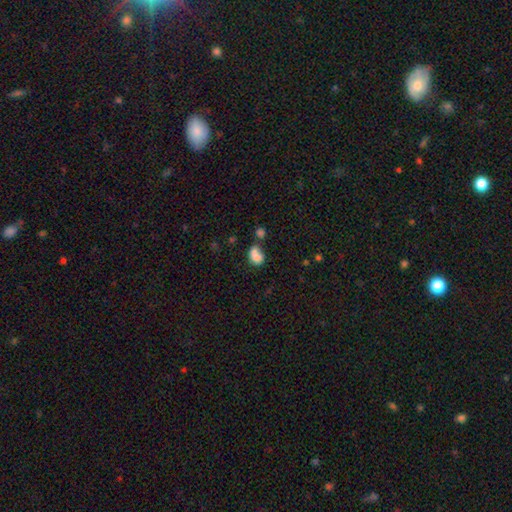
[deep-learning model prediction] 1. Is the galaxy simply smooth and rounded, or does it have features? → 74% smooth, 15% featured or disk, 10% star or artifact.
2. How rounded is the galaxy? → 59% in between, 39% round, 2% cigar-shaped.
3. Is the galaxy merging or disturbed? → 60% merger, 23% none, 10% minor disturbance, 7% major disturbance.